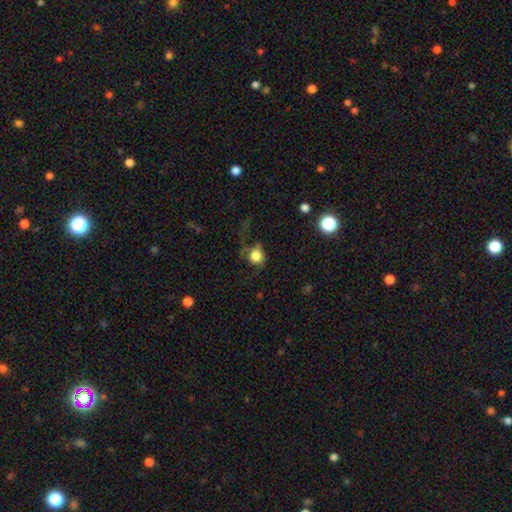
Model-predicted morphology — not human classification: This appears to be a smooth galaxy with no disk features (75%) that is round (78%). Merging: none (40%).